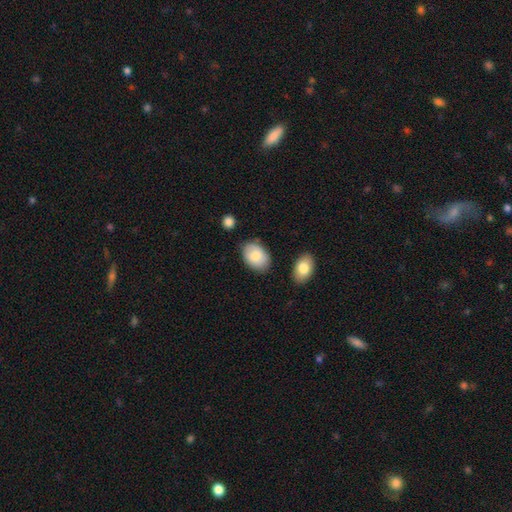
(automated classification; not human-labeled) Overall: smooth (78%). How rounded: in between (87%). Merging: none (76%).